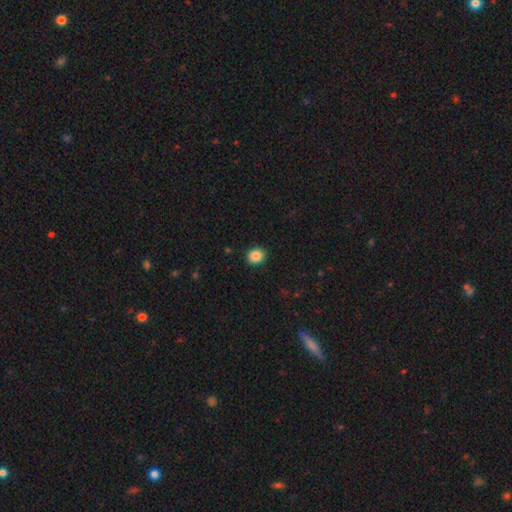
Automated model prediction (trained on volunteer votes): Smooth or featured?
  - smooth: 86% *
  - star or artifact: 9%
  - featured or disk: 5%
How rounded?
  - round: 66% *
  - in between: 33%
  - cigar-shaped: 1%
Merging?
  - none: 91% *
  - minor disturbance: 6%
  - major disturbance: 2%
  - merger: 1%